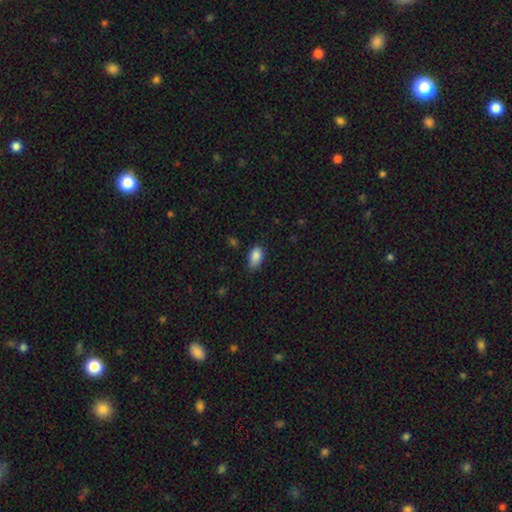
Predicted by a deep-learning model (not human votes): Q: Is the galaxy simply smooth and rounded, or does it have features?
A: smooth — 87%.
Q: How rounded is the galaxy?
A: in between — 92%.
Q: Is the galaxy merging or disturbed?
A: none — 71%.